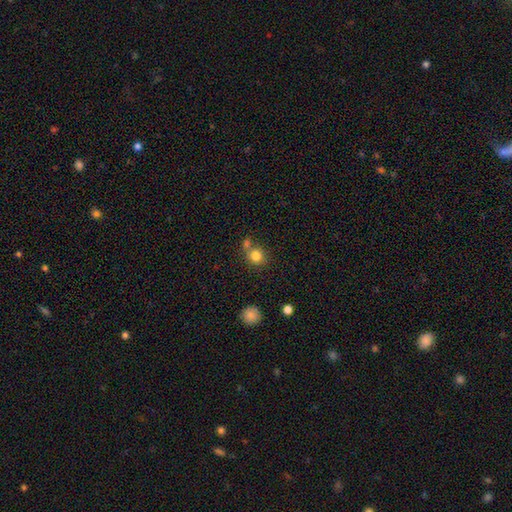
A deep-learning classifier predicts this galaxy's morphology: smooth-or-featured: smooth: 82% | star or artifact: 11% | featured or disk: 7%
  how-rounded: round: 85% | in between: 14% | cigar-shaped: 1%
  merging: none: 62% | merger: 24% | minor disturbance: 10% | major disturbance: 4%